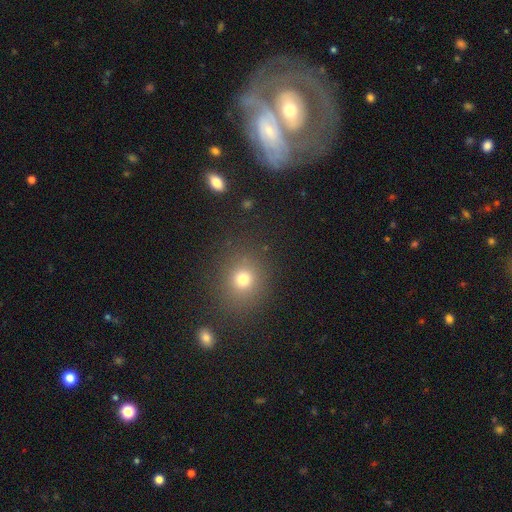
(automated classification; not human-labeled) Smooth or featured?
  - smooth: 55% *
  - featured or disk: 25%
  - star or artifact: 20%
How rounded?
  - round: 75% *
  - in between: 23%
  - cigar-shaped: 1%
Merging?
  - none: 70% *
  - merger: 16%
  - minor disturbance: 9%
  - major disturbance: 5%